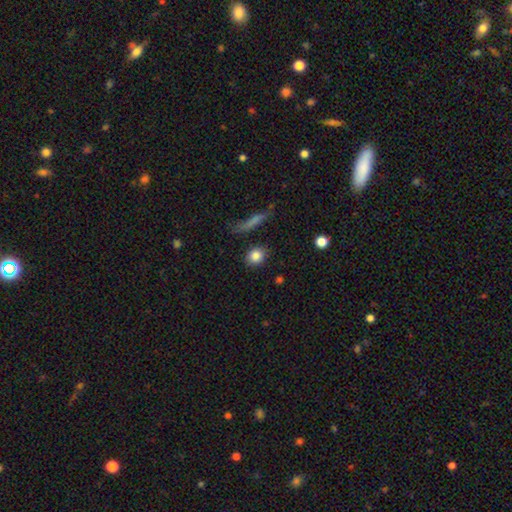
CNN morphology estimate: Smooth or featured? smooth (84%)
How rounded? round (68%)
Merging? none (85%)